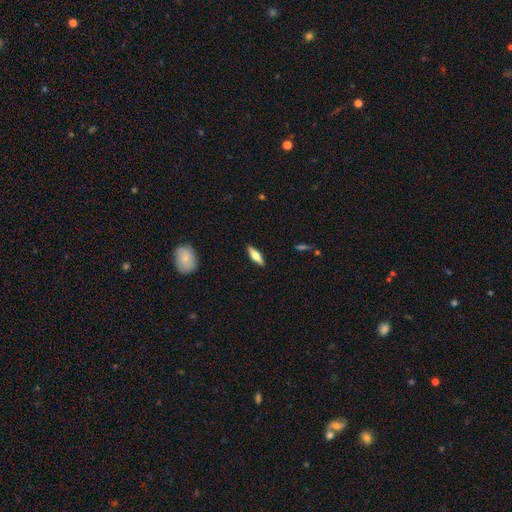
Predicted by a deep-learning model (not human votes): A smooth galaxy with no disk features (52%) that is cigar-shaped (53%).

Vote fractions:
- Smooth or featured? smooth: 52% / featured or disk: 42% / star or artifact: 6%
- How rounded? cigar-shaped: 53% / in between: 44% / round: 3%
- Merging? none: 89% / minor disturbance: 8% / major disturbance: 2% / merger: 1%